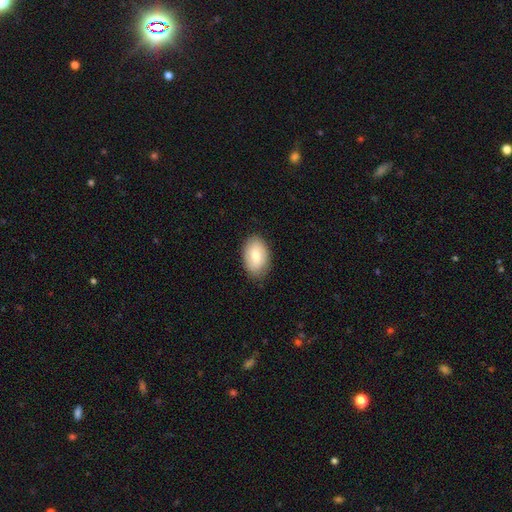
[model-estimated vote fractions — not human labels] Smooth or featured?
  - smooth: 78% *
  - featured or disk: 16%
  - star or artifact: 6%
How rounded?
  - in between: 92% *
  - round: 7%
  - cigar-shaped: 1%
Merging?
  - none: 85% *
  - minor disturbance: 12%
  - major disturbance: 2%
  - merger: 1%